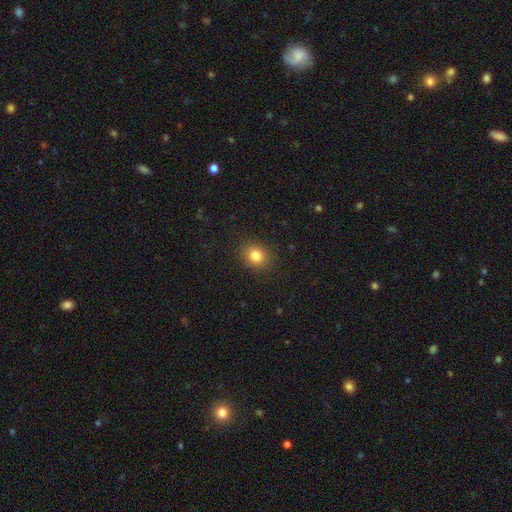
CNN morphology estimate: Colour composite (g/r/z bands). It shows a smooth galaxy with no disk features (82%) that is round (67%). Merging: none (88%).